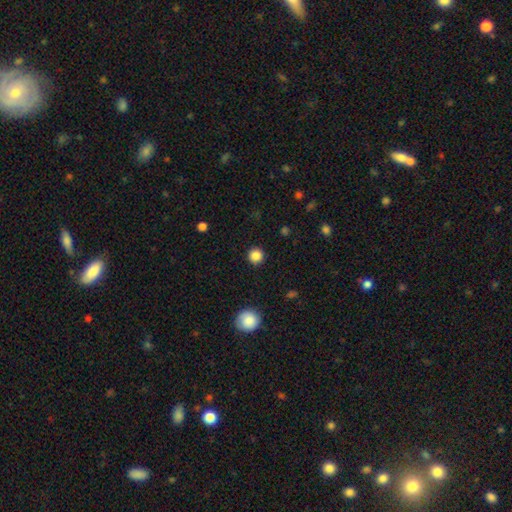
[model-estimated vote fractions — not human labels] A smooth galaxy with no disk features (86%) that is round (95%).

Vote fractions:
- Smooth or featured? smooth: 86% / star or artifact: 11% / featured or disk: 3%
- How rounded? round: 95% / in between: 4% / cigar-shaped: 1%
- Merging? none: 90% / minor disturbance: 6% / major disturbance: 2% / merger: 1%